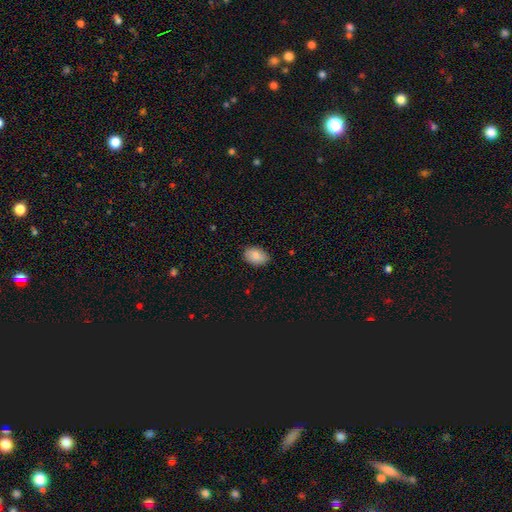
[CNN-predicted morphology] A smooth galaxy with no disk features (87%) that is in between round and cigar-shaped (82%). Merging: none (83%).